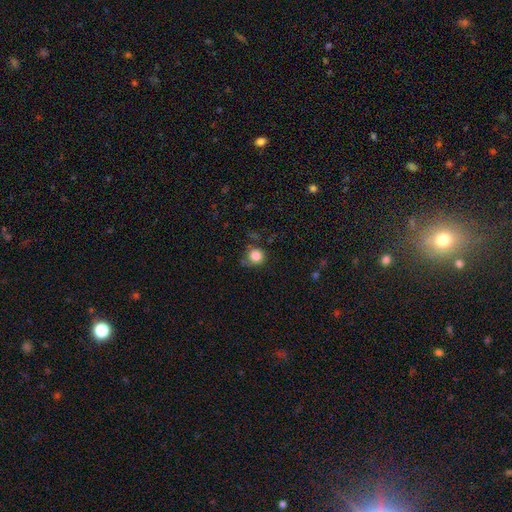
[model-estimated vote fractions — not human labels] The model was most divided on "merging": none: 75%, minor disturbance: 16%, major disturbance: 5%, merger: 4%. More confident: how rounded — round (92%); smooth or featured — smooth (84%).